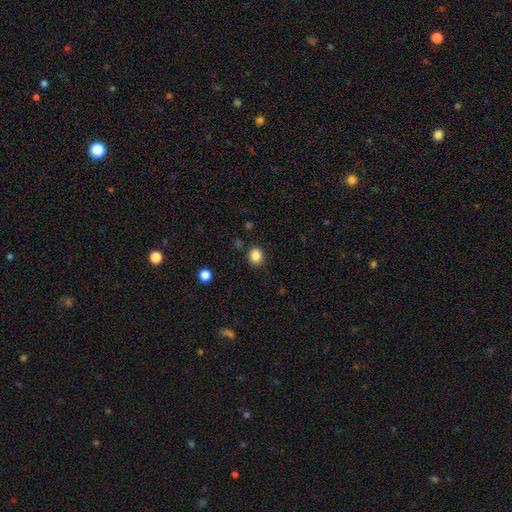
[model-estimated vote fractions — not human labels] Q: Smooth or featured?
A: smooth (85%); runner-up: star or artifact (11%)
Q: How rounded?
A: round (74%); runner-up: in between (25%)
Q: Merging?
A: none (86%); runner-up: minor disturbance (9%)